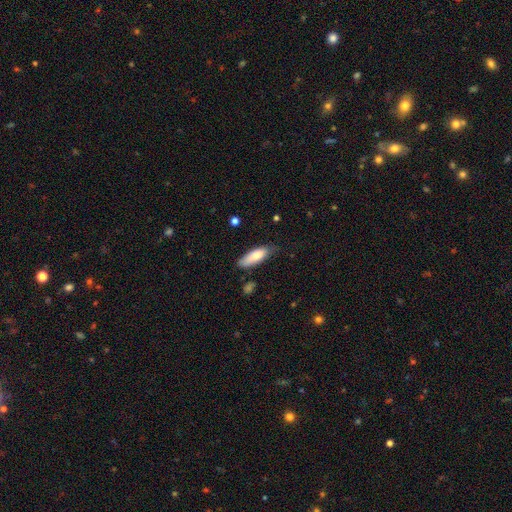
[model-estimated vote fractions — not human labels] A smooth galaxy with no disk features (79%) that is in between round and cigar-shaped (62%). Merging: none (66%).